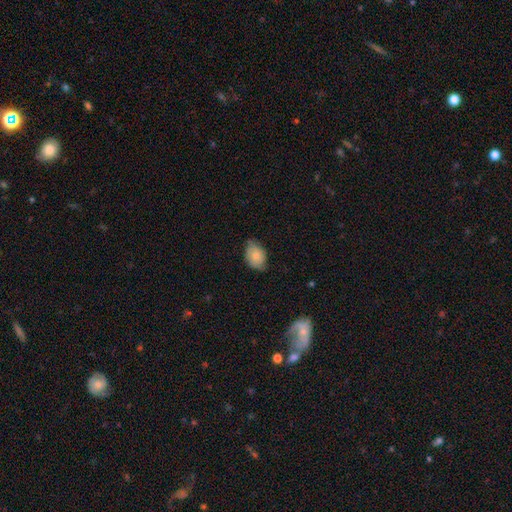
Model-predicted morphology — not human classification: A smooth galaxy with no disk features (77%) that is in between round and cigar-shaped (80%).

Vote fractions:
- Smooth or featured? smooth: 77% / featured or disk: 17% / star or artifact: 7%
- How rounded? in between: 80% / round: 19% / cigar-shaped: 1%
- Merging? none: 60% / minor disturbance: 33% / major disturbance: 5% / merger: 1%